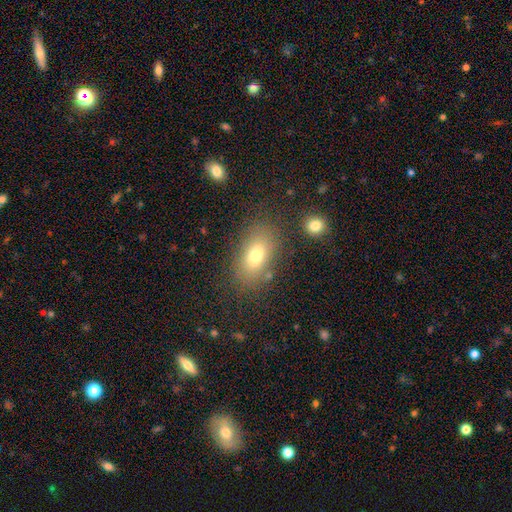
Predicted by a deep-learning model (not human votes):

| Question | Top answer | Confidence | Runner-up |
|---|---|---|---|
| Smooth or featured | smooth | 75% | featured or disk (14%) |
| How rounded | in between | 87% | round (8%) |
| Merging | none | 81% | minor disturbance (11%) |